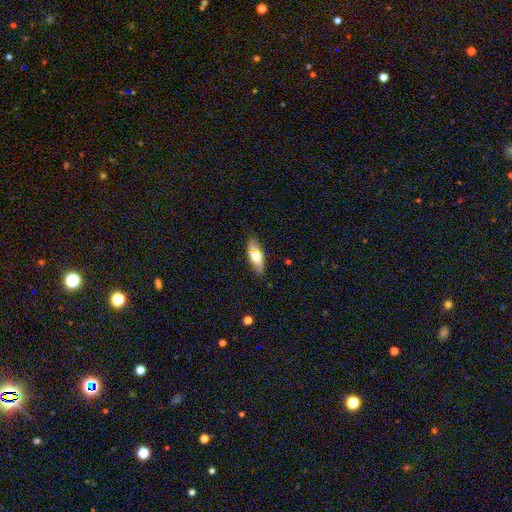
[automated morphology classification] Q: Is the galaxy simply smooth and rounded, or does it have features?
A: smooth — 62%.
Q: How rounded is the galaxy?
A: in between — 77%.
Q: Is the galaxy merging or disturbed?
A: none — 80%.